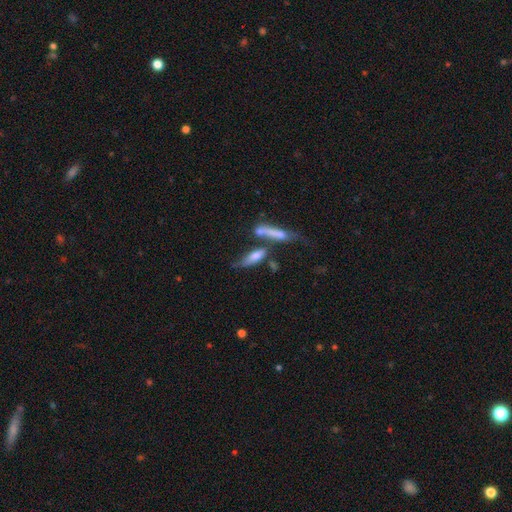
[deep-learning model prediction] A smooth galaxy with no disk features (57%) that is cigar-shaped (59%). Merging: none (39%).